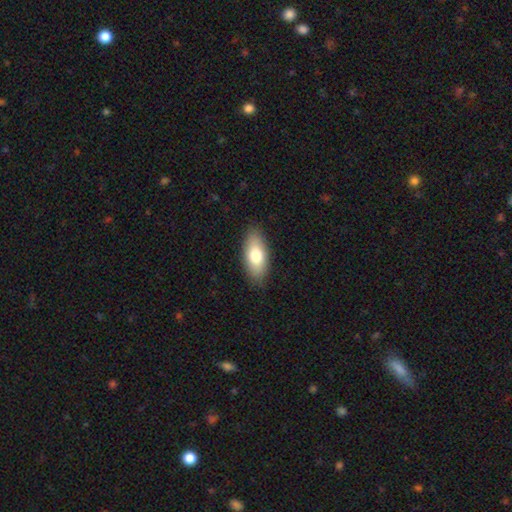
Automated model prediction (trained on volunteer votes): Smooth or featured: smooth — 76% (featured or disk — 18%)
How rounded: in between — 86% (cigar-shaped — 10%)
Merging: none — 87% (minor disturbance — 10%)